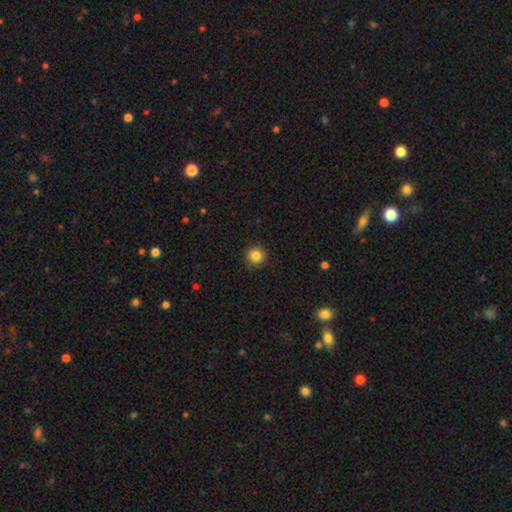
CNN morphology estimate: Smooth or featured?
  - smooth: 85% *
  - star or artifact: 10%
  - featured or disk: 5%
How rounded?
  - round: 95% *
  - in between: 4%
  - cigar-shaped: 1%
Merging?
  - none: 91% *
  - minor disturbance: 6%
  - major disturbance: 2%
  - merger: 1%